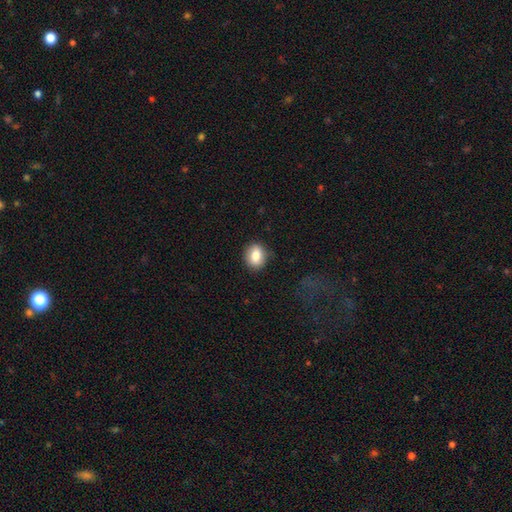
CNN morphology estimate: A smooth galaxy with no disk features (82%) that is round (55%). Merging: none (85%).